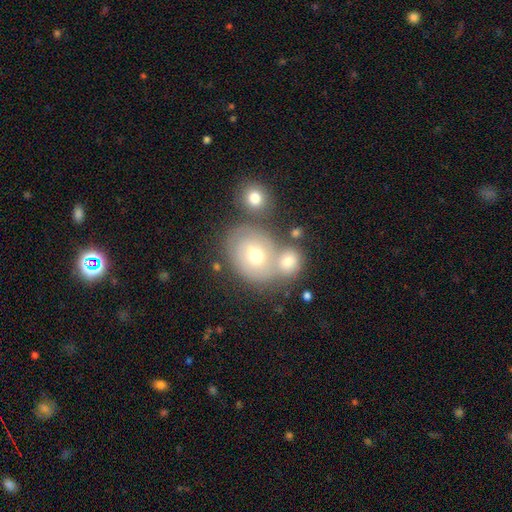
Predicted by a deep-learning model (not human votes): Smooth or featured: featured or disk — 46% (smooth — 41%)
Merging: none — 43% (merger — 39%)